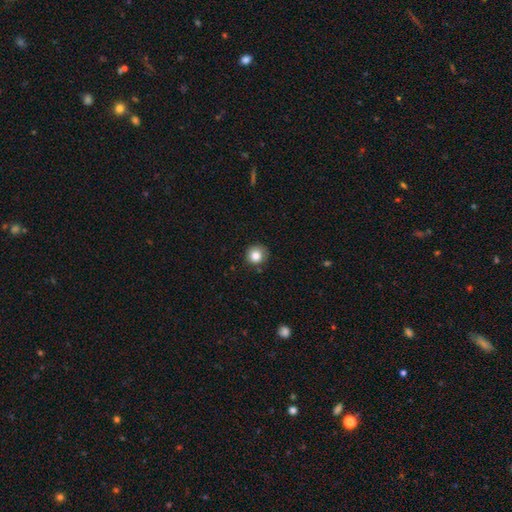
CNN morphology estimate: The model was most divided on "merging": none: 81%, minor disturbance: 14%, major disturbance: 3%, merger: 2%. More confident: how rounded — round (92%); smooth or featured — smooth (83%).